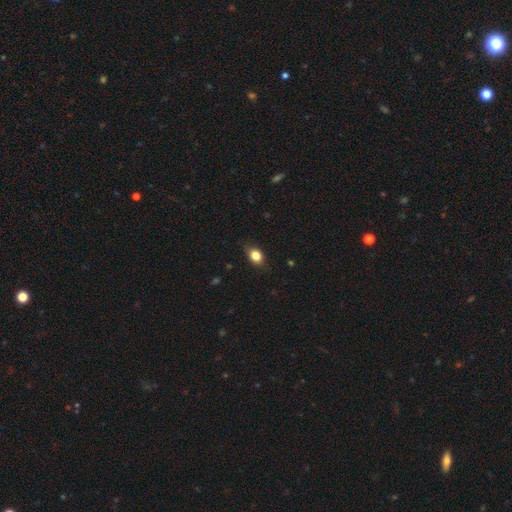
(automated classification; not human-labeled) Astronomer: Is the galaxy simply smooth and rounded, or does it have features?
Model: smooth — 83%.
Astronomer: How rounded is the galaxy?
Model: in between — 66%.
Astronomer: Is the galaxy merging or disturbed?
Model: none — 81%.